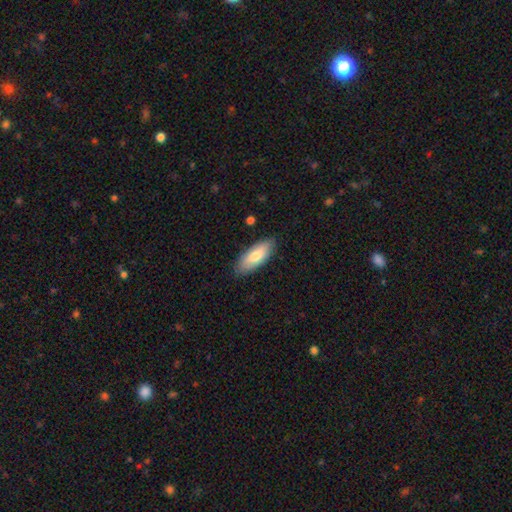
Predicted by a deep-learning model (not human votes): The model was most divided on "how rounded": in between: 77%, cigar-shaped: 21%, round: 2%. More confident: merging — none (86%); smooth or featured — smooth (77%).